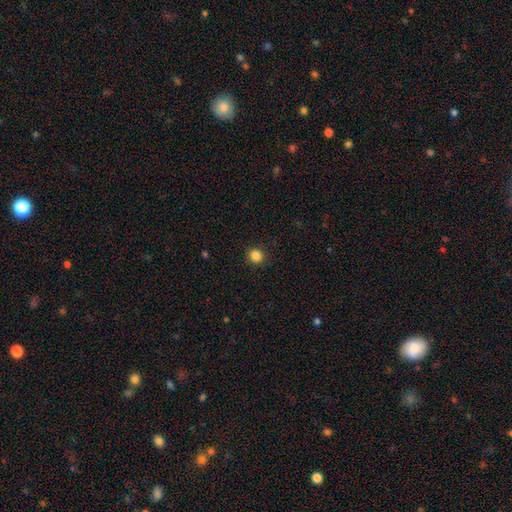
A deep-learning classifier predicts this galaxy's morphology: Smooth or featured: smooth — 85% (star or artifact — 12%)
How rounded: round — 91% (in between — 8%)
Merging: none — 91% (minor disturbance — 6%)